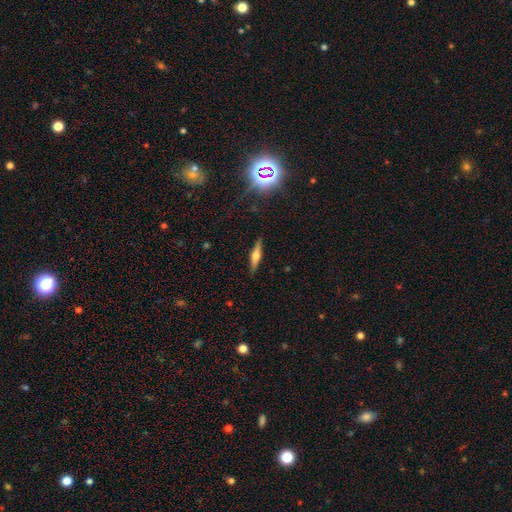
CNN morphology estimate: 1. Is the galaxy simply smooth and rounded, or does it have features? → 58% featured or disk, 33% smooth, 8% star or artifact.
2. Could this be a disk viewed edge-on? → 96% yes, 4% no.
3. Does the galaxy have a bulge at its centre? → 86% rounded, 9% boxy, 4% none.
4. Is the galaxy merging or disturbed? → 88% none, 8% minor disturbance, 2% major disturbance, 1% merger.